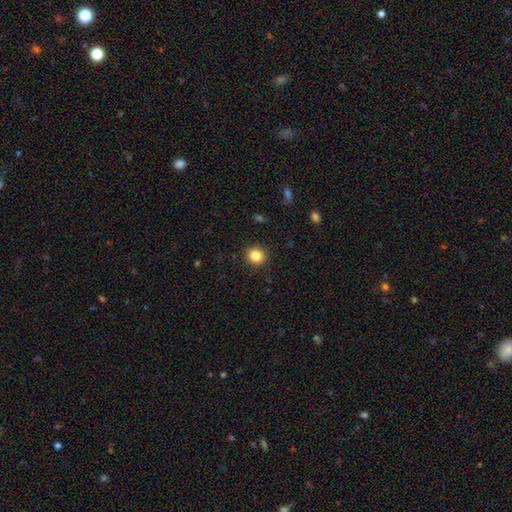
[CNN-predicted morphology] smooth 84%, star or artifact 11%, featured or disk 5%. Down the decision tree: how rounded — round (91%); merging — none (92%).